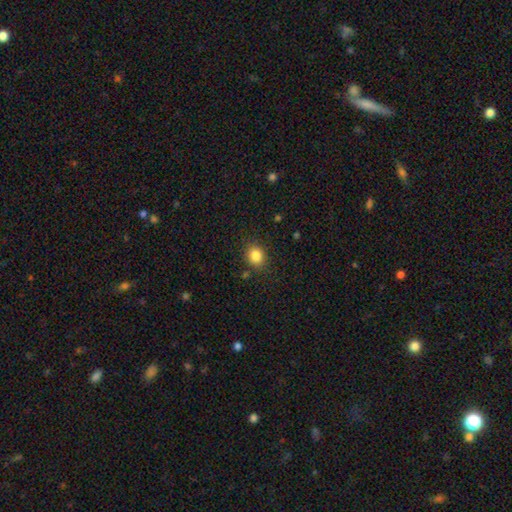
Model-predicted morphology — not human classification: type=smooth (84%); roundness=round (66%); merging=none (85%).